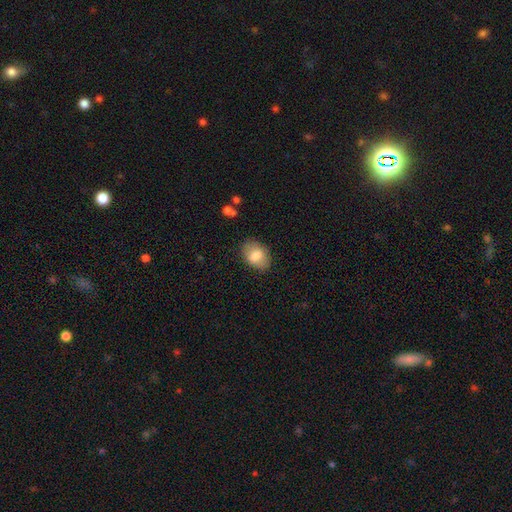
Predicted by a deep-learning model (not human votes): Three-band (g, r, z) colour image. It shows a smooth galaxy with no disk features (76%) that is in between round and cigar-shaped (79%). Merging: none (82%).